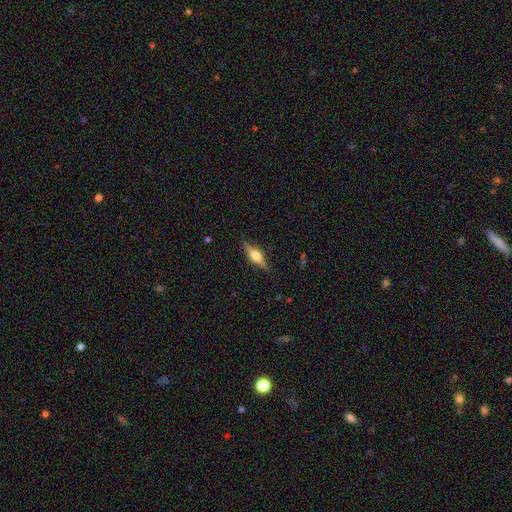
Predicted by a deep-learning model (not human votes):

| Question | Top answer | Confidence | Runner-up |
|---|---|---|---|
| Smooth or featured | featured or disk | 69% | smooth (24%) |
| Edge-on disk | yes | 97% | no (3%) |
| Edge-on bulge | rounded | 90% | boxy (8%) |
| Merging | none | 87% | minor disturbance (10%) |